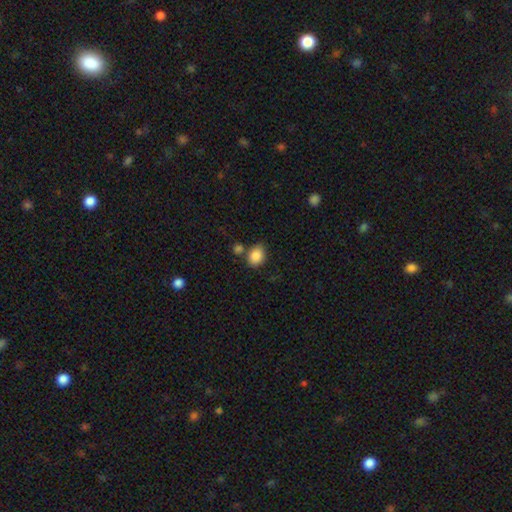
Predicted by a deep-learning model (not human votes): Smooth or featured? smooth (87%)
How rounded? in between (65%)
Merging? none (68%)